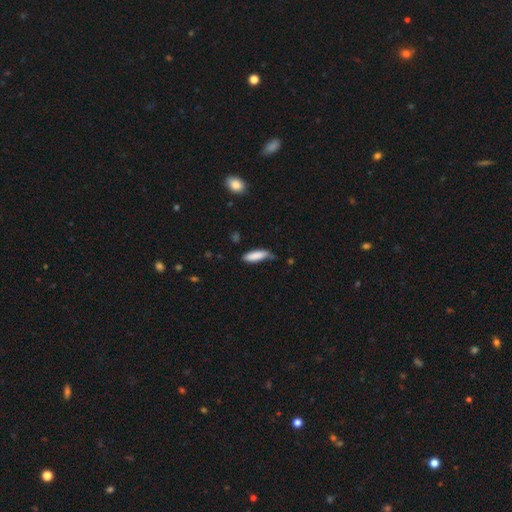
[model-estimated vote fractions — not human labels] smooth_or_featured: smooth (p=0.86) [alt: featured or disk p=0.08]
how_rounded: in between (p=0.51) [alt: cigar-shaped p=0.48]
merging: none (p=0.59) [alt: minor disturbance p=0.31]